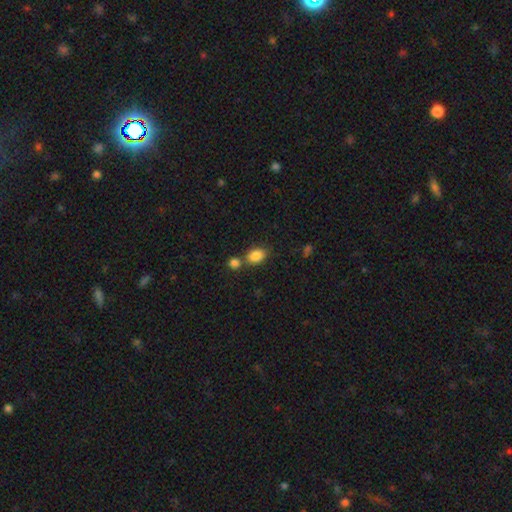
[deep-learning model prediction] Q: Smooth or featured?
A: smooth (86%); runner-up: star or artifact (9%)
Q: How rounded?
A: in between (82%); runner-up: round (16%)
Q: Merging?
A: none (55%); runner-up: merger (31%)